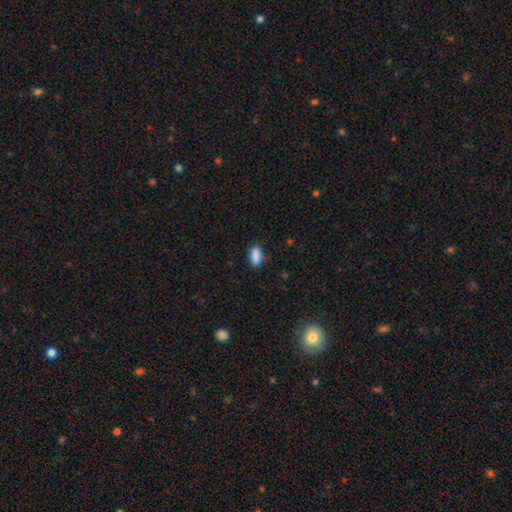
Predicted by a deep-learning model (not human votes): Morphology: type=smooth (88%); roundness=in between (79%); merging=none (82%).